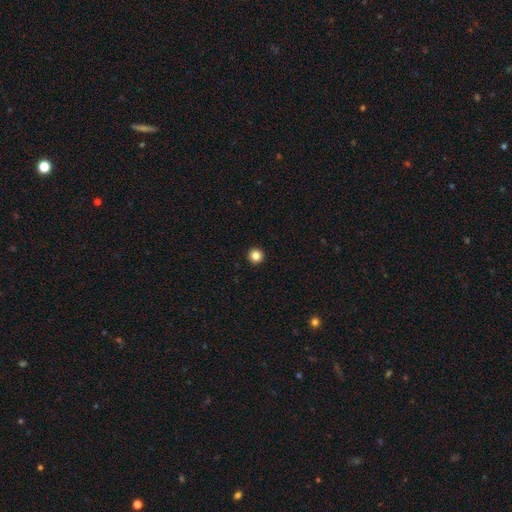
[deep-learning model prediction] This is clearly a smooth galaxy (85%). How rounded: clearly round (96%). Merging: clearly none (94%).